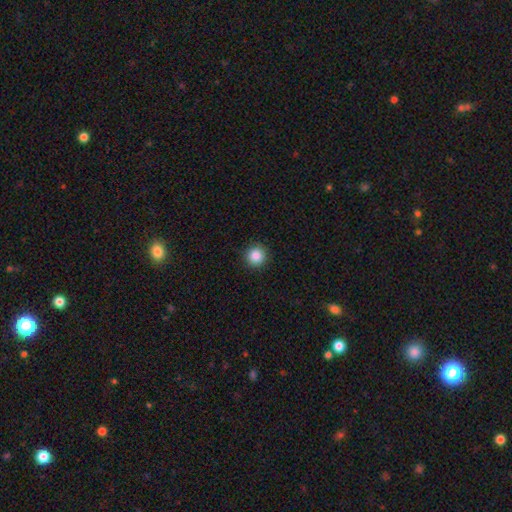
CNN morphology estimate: Q: Smooth or featured?
A: smooth (87%); runner-up: star or artifact (10%)
Q: How rounded?
A: round (95%); runner-up: in between (4%)
Q: Merging?
A: none (92%); runner-up: minor disturbance (5%)